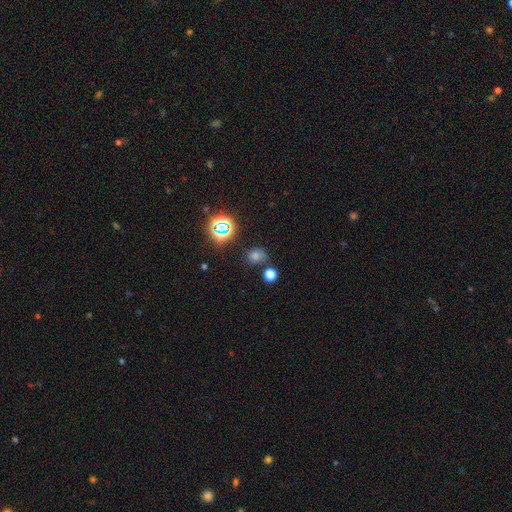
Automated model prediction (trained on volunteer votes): smooth_or_featured: smooth (p=0.50) [alt: star or artifact p=0.41]
merging: none (p=0.77) [alt: minor disturbance p=0.11]